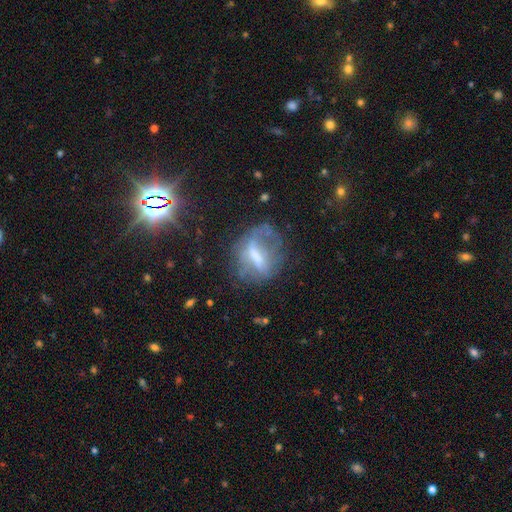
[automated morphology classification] This appears to be a featured or disk galaxy (52%). Merging: none (51%).